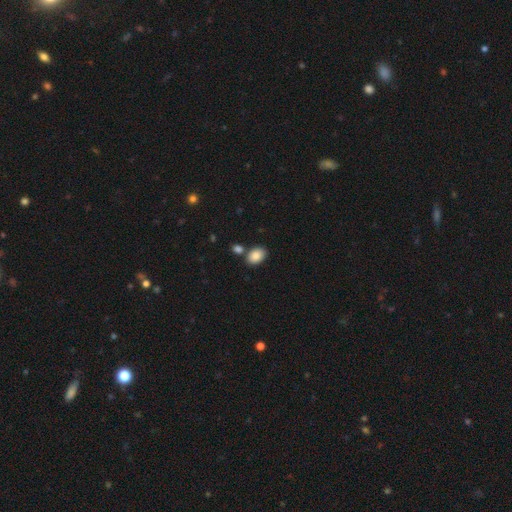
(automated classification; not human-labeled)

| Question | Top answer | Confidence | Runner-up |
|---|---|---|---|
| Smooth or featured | smooth | 86% | star or artifact (8%) |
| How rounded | in between | 83% | round (16%) |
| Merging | none | 73% | merger (14%) |